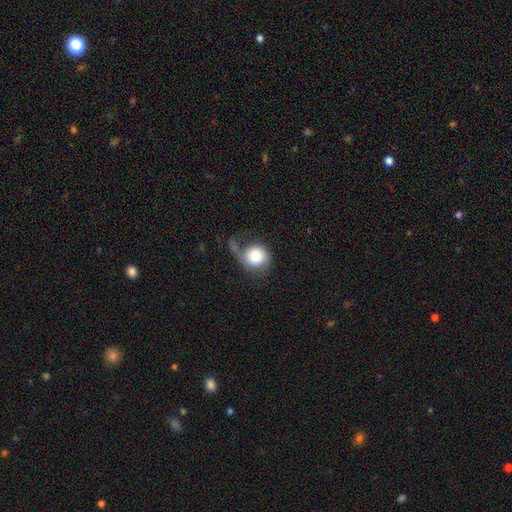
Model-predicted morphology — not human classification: smooth_or_featured: smooth (p=0.75) [alt: featured or disk p=0.18]
how_rounded: round (p=0.83) [alt: in between p=0.16]
merging: major disturbance (p=0.35) [alt: none p=0.34]